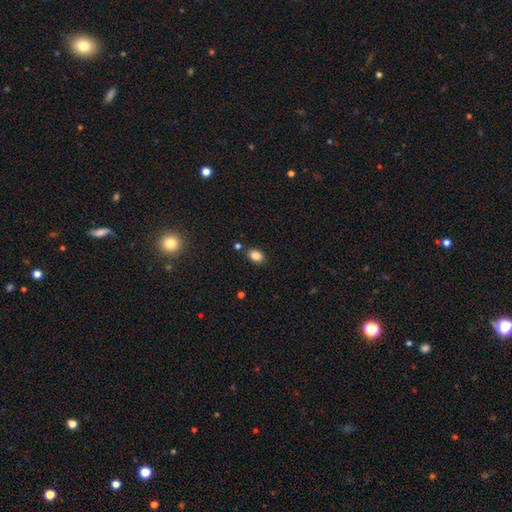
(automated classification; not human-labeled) Overall: smooth (85%). How rounded: in between (75%). Merging: none (82%).